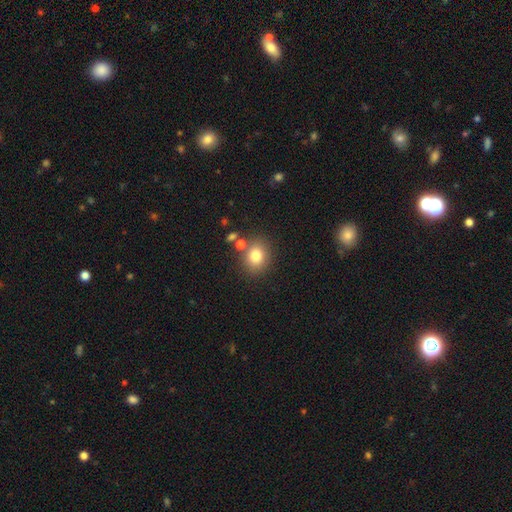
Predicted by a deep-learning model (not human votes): A smooth galaxy with no disk features (80%) that is round (69%). Merging: none (76%).